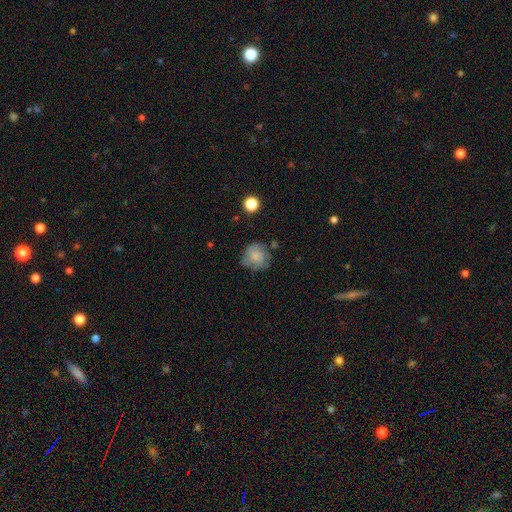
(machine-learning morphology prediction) smooth_or_featured: smooth (p=0.63) [alt: featured or disk p=0.27]
how_rounded: round (p=0.80) [alt: in between p=0.19]
merging: none (p=0.57) [alt: minor disturbance p=0.27]